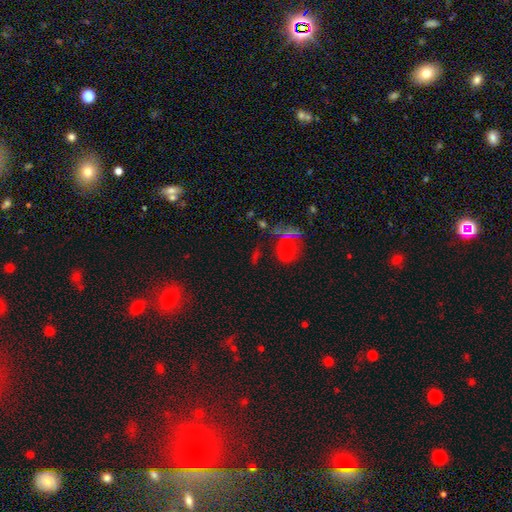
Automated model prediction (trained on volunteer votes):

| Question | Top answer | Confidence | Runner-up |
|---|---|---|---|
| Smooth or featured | smooth | 47% | star or artifact (35%) |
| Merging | none | 56% | merger (21%) |